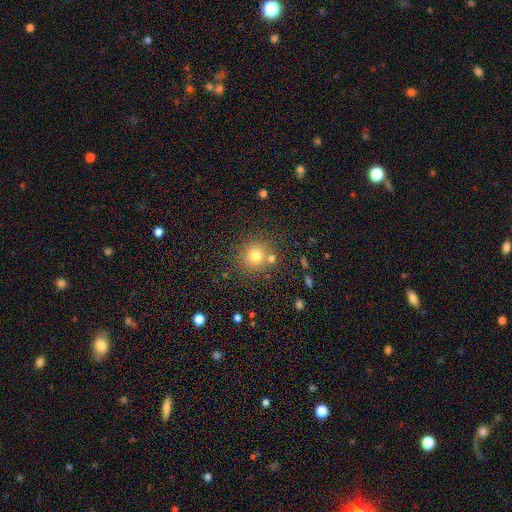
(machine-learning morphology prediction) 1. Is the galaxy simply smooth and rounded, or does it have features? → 75% smooth, 15% star or artifact, 10% featured or disk.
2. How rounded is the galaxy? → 90% round, 9% in between, 1% cigar-shaped.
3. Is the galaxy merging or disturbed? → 74% none, 13% merger, 9% minor disturbance, 4% major disturbance.